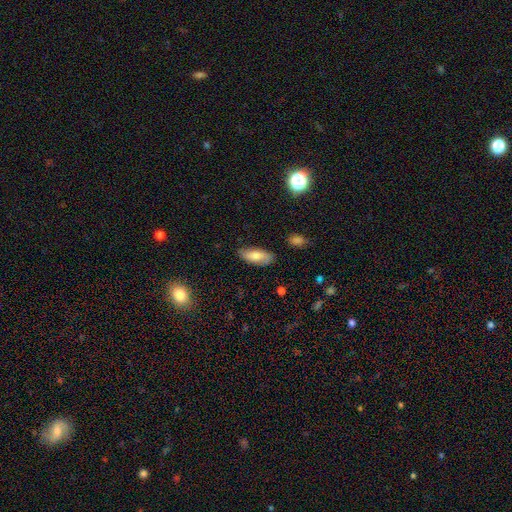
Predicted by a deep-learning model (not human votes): Overall: smooth (76%). How rounded: in between (81%). Merging: none (80%).